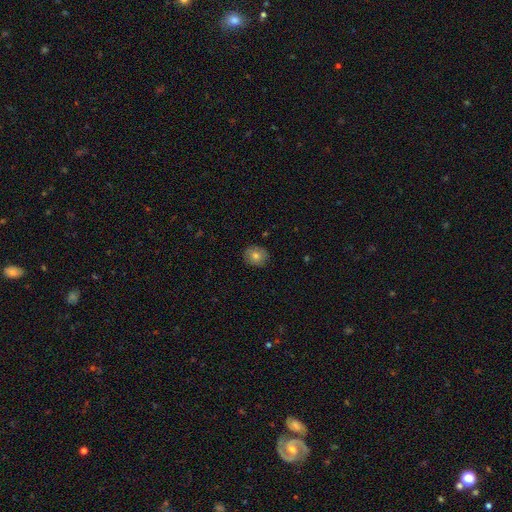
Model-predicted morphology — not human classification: The model was most divided on "smooth or featured": smooth: 72%, featured or disk: 18%, star or artifact: 11%. More confident: merging — none (86%); how rounded — round (79%).